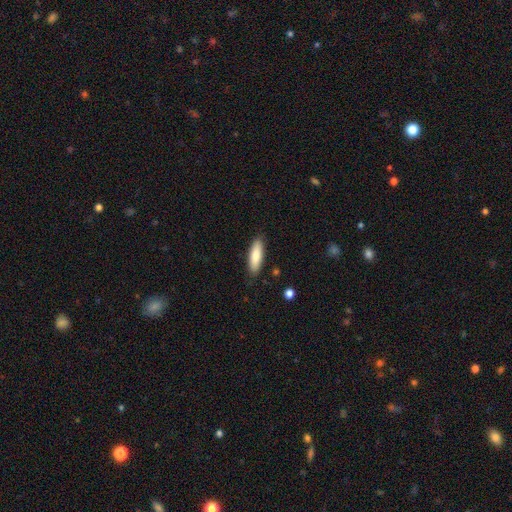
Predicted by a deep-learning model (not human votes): smooth 79%, featured or disk 15%, star or artifact 6%. Down the decision tree: how rounded — cigar-shaped (52%); merging — none (86%).